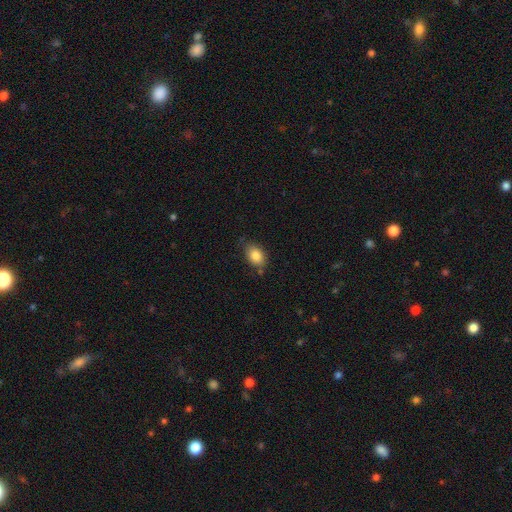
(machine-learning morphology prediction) smooth-or-featured: smooth: 85% | star or artifact: 8% | featured or disk: 7%
  how-rounded: in between: 79% | round: 19% | cigar-shaped: 1%
  merging: none: 73% | minor disturbance: 20% | major disturbance: 4% | merger: 4%